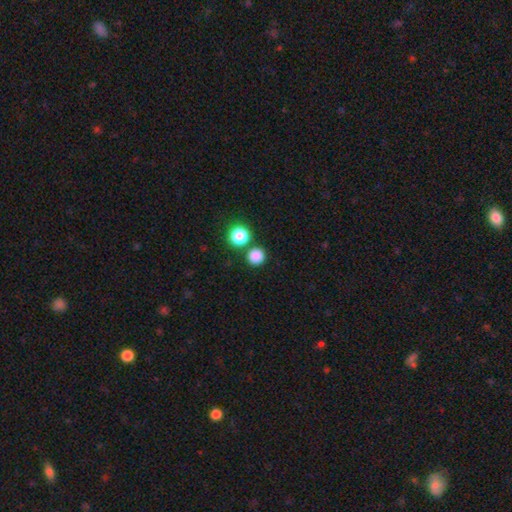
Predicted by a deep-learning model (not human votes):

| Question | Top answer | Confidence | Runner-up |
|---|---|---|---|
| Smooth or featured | smooth | 84% | star or artifact (12%) |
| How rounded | round | 94% | in between (5%) |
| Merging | none | 79% | merger (13%) |